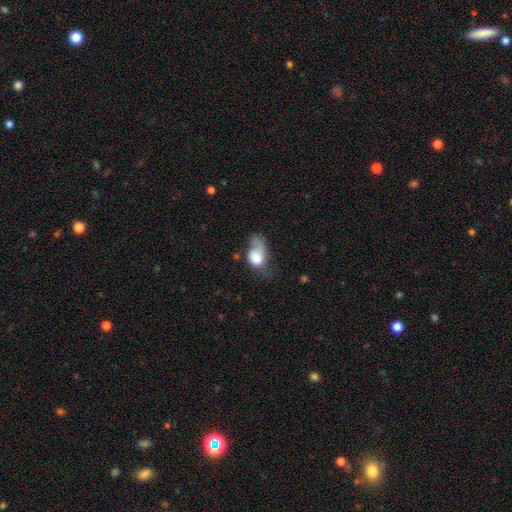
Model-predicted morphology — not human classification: This appears to be a smooth galaxy with no disk features (69%) that is in between round and cigar-shaped (77%). Merging: major disturbance (47%).